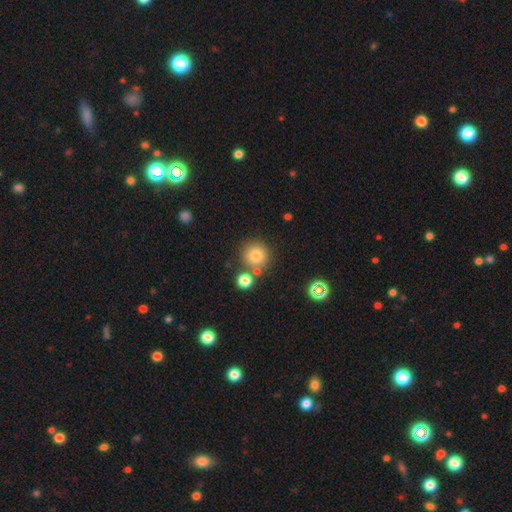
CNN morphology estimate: Smooth or featured? Predicted: smooth (p=0.78). How rounded? Predicted: round (p=0.94). Merging? Predicted: none (p=0.73).